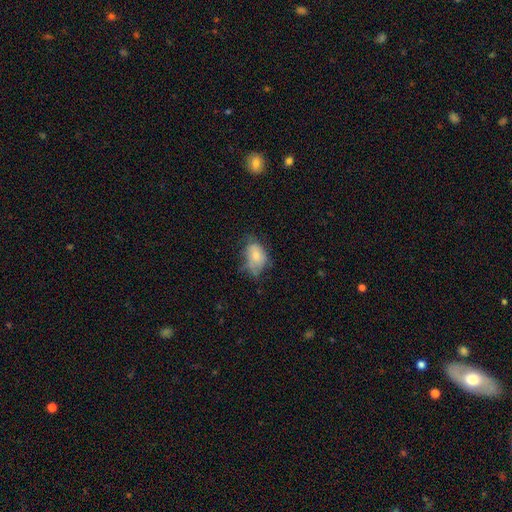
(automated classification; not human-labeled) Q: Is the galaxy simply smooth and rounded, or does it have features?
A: smooth — 70%.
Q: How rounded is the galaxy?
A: in between — 85%.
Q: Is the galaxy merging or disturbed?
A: none — 37%, tied with minor disturbance.